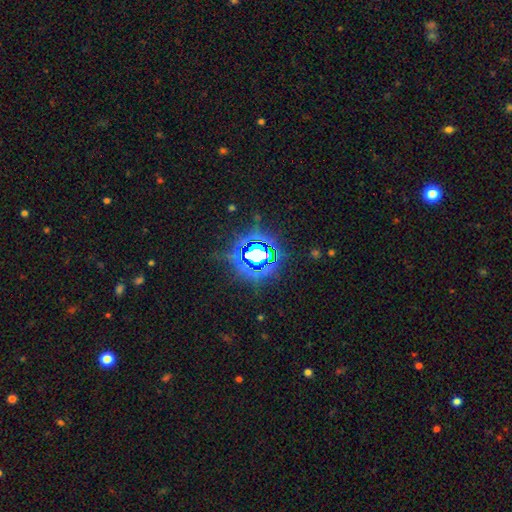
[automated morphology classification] The model was most divided on "smooth or featured": star or artifact: 76%, smooth: 13%, featured or disk: 11%.